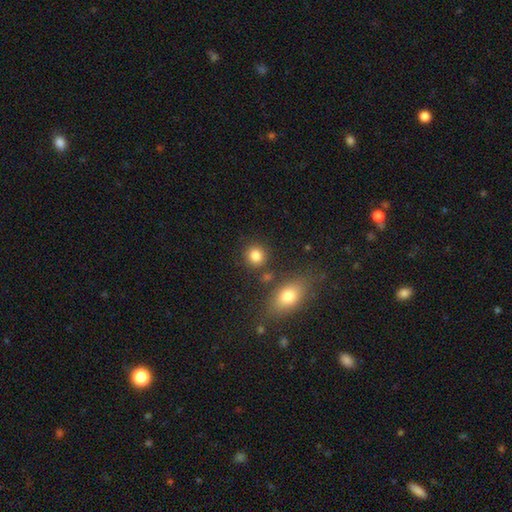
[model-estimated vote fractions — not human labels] Q: Smooth or featured?
A: smooth (84%); runner-up: star or artifact (10%)
Q: How rounded?
A: round (83%); runner-up: in between (16%)
Q: Merging?
A: none (81%); runner-up: minor disturbance (9%)